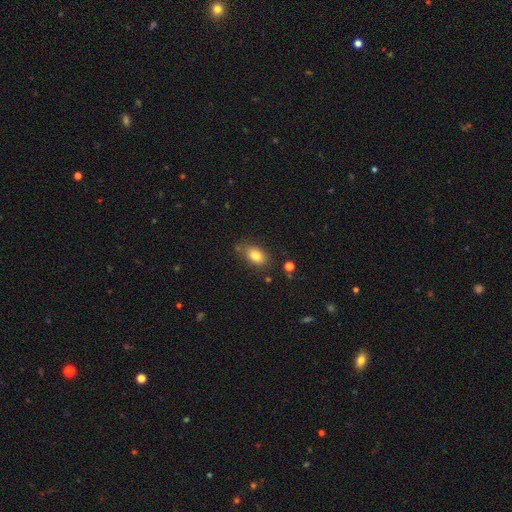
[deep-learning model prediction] Q: Smooth or featured?
A: smooth (81%); runner-up: featured or disk (10%)
Q: How rounded?
A: in between (84%); runner-up: round (14%)
Q: Merging?
A: none (77%); runner-up: minor disturbance (15%)